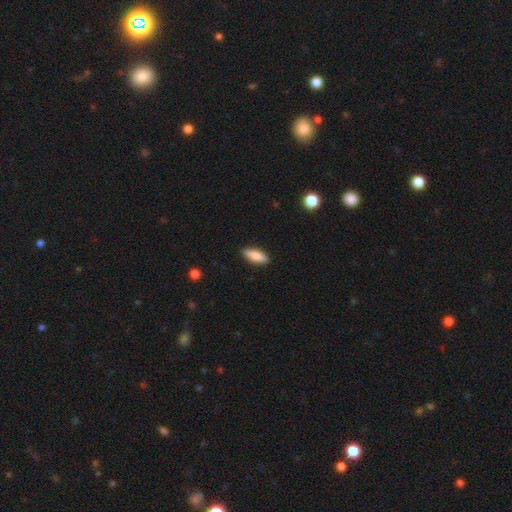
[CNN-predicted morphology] Smooth or featured? smooth (78%)
How rounded? in between (60%)
Merging? none (89%)